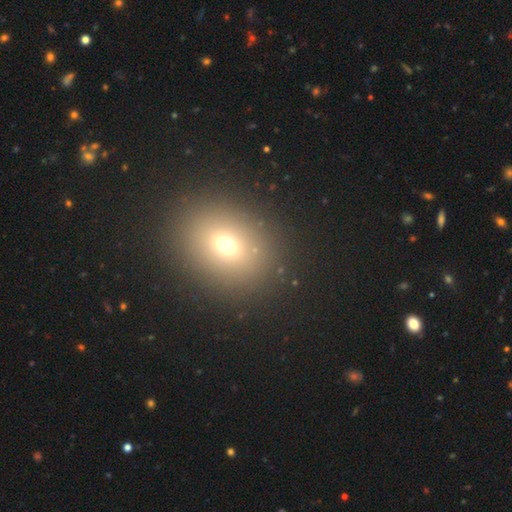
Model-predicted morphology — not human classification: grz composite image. It shows a smooth galaxy with no disk features (68%) that is round (52%). Merging: none (90%).